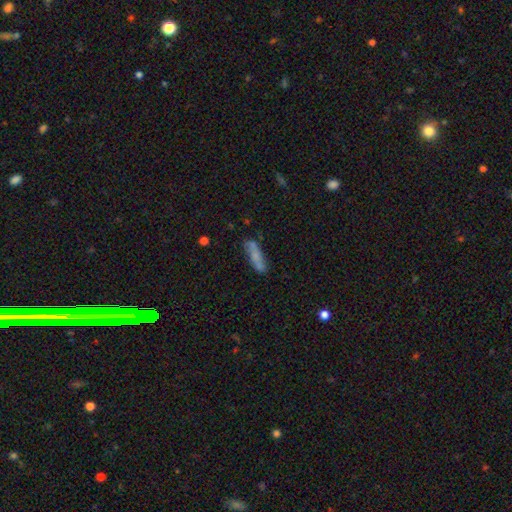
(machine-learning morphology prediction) Smooth or featured?
  - smooth: 69% *
  - featured or disk: 23%
  - star or artifact: 8%
How rounded?
  - cigar-shaped: 71% *
  - in between: 27%
  - round: 2%
Merging?
  - none: 67% *
  - minor disturbance: 21%
  - merger: 6%
  - major disturbance: 6%